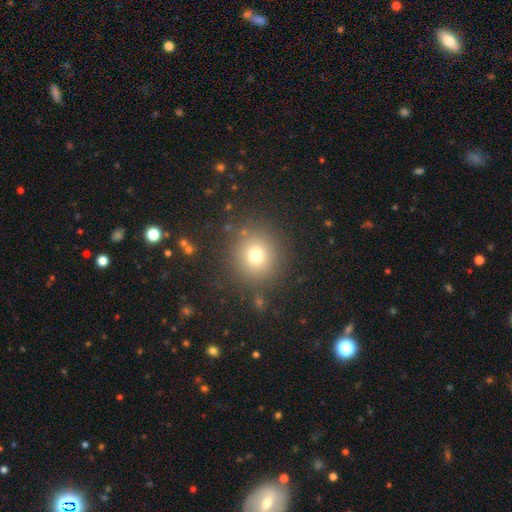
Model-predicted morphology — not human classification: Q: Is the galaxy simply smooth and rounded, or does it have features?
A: smooth — 72%.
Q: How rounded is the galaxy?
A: round — 91%.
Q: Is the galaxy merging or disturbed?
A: none — 86%.